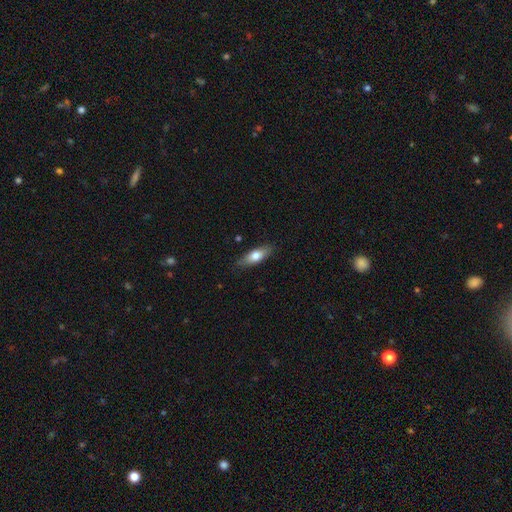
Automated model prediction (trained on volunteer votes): Smooth or featured: smooth — 68% (featured or disk — 25%)
How rounded: in between — 61% (cigar-shaped — 37%)
Merging: none — 83% (minor disturbance — 14%)